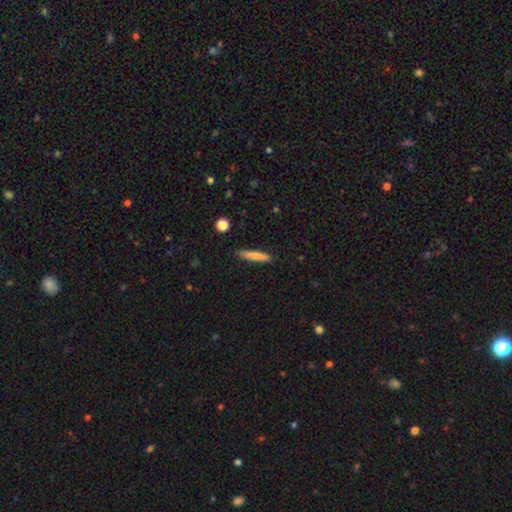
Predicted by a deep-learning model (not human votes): This is likely a smooth galaxy (78%). How rounded: clearly cigar-shaped (91%). Merging: clearly none (88%).